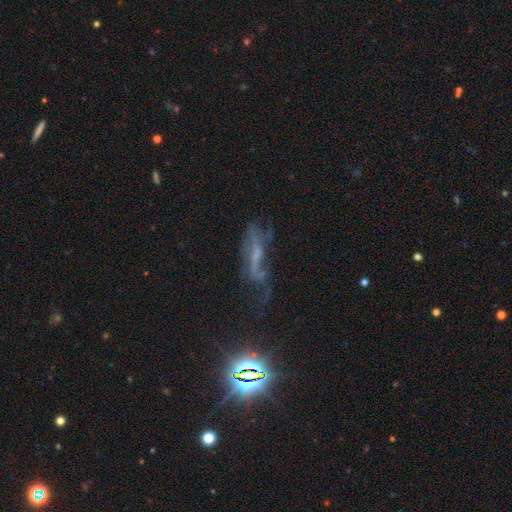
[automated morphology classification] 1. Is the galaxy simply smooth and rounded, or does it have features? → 54% featured or disk, 27% star or artifact, 19% smooth.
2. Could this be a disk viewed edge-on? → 79% no, 21% yes.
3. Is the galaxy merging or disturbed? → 39% none, 32% major disturbance, 22% minor disturbance, 6% merger.